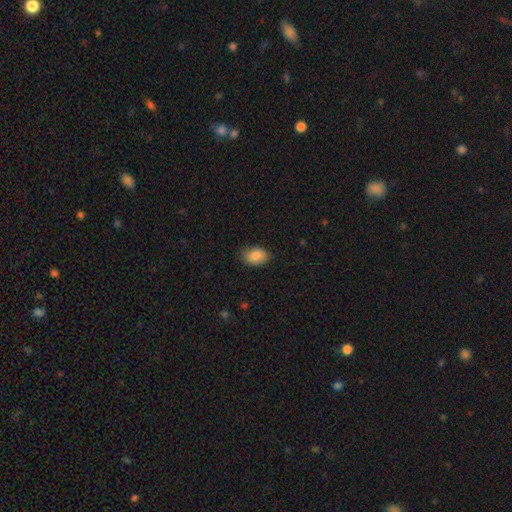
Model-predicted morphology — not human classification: The model was most divided on "how rounded": in between: 83%, round: 16%, cigar-shaped: 1%. More confident: smooth or featured — smooth (87%); merging — none (82%).